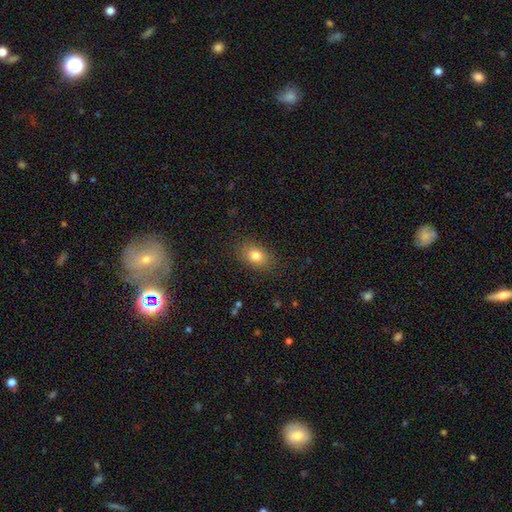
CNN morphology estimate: type=smooth (81%); roundness=in between (77%); merging=none (85%).